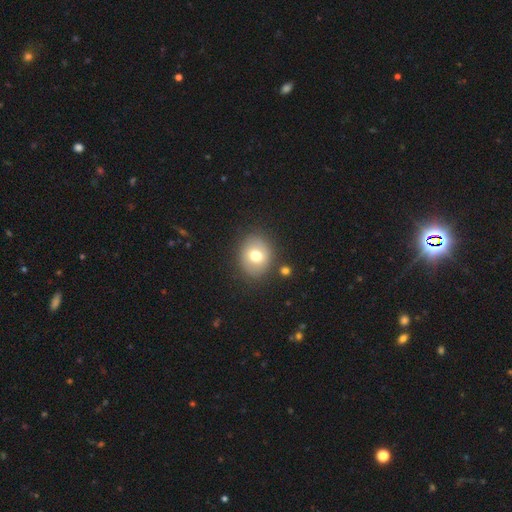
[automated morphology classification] A smooth galaxy with no disk features (69%) that is round (68%).

Vote fractions:
- Smooth or featured? smooth: 69% / featured or disk: 20% / star or artifact: 11%
- How rounded? round: 68% / in between: 31% / cigar-shaped: 1%
- Merging? none: 83% / minor disturbance: 10% / merger: 4% / major disturbance: 3%